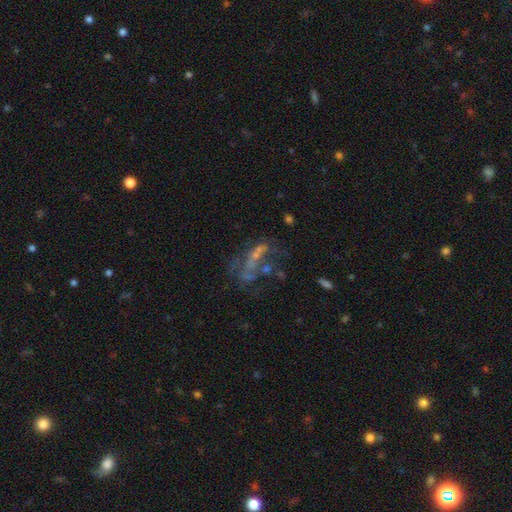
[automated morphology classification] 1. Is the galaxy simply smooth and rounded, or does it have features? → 60% featured or disk, 21% smooth, 20% star or artifact.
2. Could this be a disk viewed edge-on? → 92% no, 8% yes.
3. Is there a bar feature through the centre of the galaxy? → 74% no, 17% weak, 9% strong.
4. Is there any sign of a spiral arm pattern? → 77% no, 23% yes.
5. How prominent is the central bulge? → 56% none, 30% small, 11% moderate, 2% large, 1% dominant.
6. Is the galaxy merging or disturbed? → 36% major disturbance, 30% none, 19% merger, 14% minor disturbance.